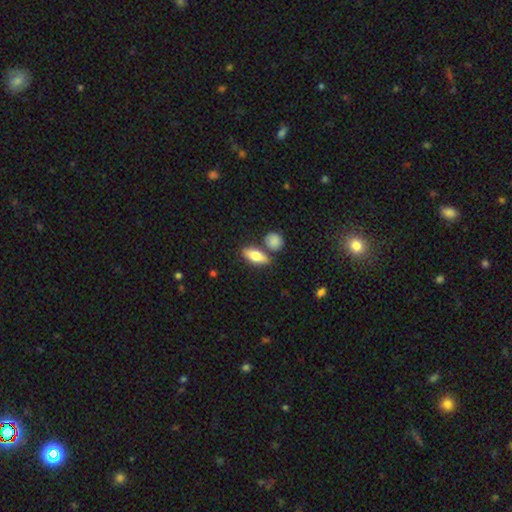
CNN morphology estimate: Smooth or featured?
  - smooth: 73% *
  - featured or disk: 20%
  - star or artifact: 6%
How rounded?
  - in between: 73% *
  - cigar-shaped: 21%
  - round: 6%
Merging?
  - none: 70% *
  - merger: 14%
  - minor disturbance: 12%
  - major disturbance: 3%